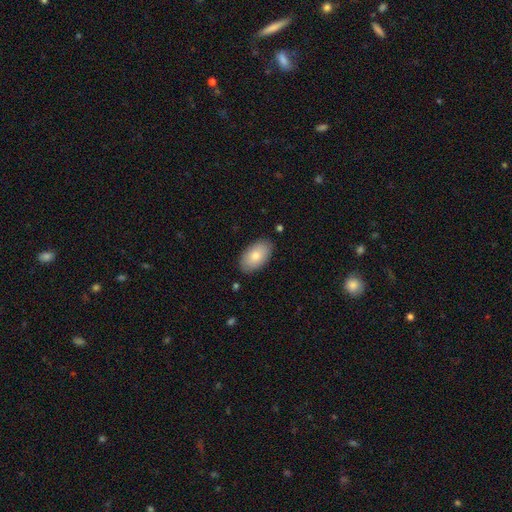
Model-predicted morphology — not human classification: type=smooth (81%); roundness=in between (95%); merging=none (86%).